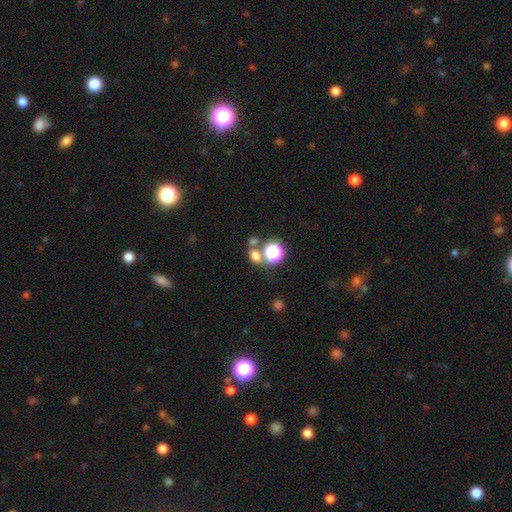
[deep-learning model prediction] Overall: smooth (66%). How rounded: in between (53%; round 45%). Merging: none (57%; merger 28%).